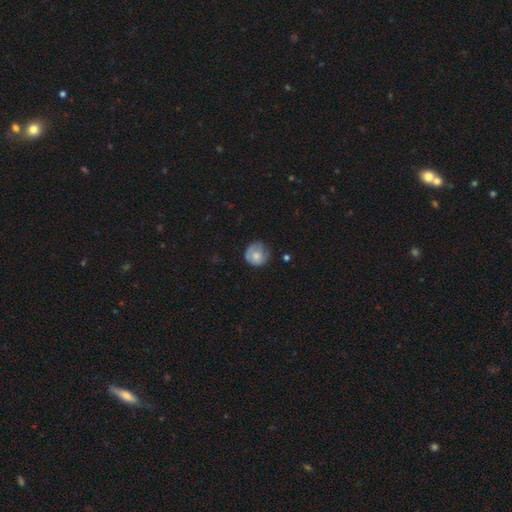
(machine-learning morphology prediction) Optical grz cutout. It shows a smooth galaxy with no disk features (62%) that is round (86%). Merging: none (58%).